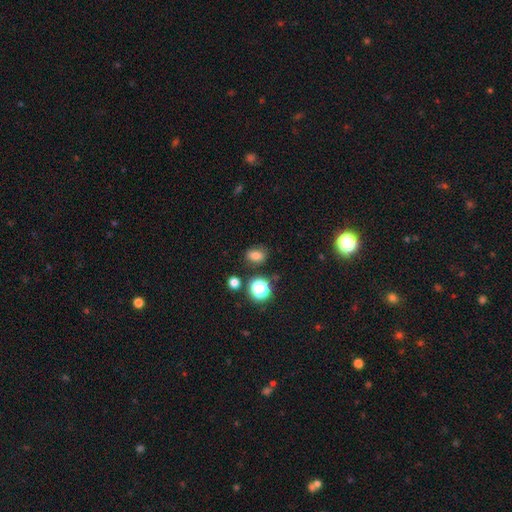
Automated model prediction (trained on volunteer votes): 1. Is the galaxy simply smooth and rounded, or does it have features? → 76% smooth, 16% star or artifact, 7% featured or disk.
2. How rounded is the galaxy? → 68% in between, 30% round, 2% cigar-shaped.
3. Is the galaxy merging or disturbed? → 78% none, 13% minor disturbance, 4% merger, 4% major disturbance.